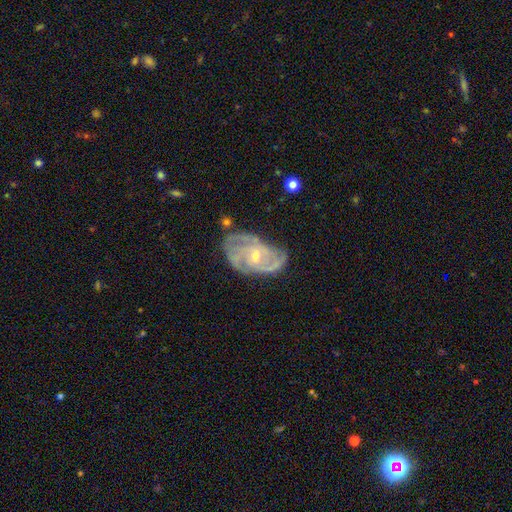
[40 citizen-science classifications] A featured or disk galaxy (88%) with no bar (76%), tight (62%) spiral arms (85%) and a small central bulge (62%).

Vote fractions:
- Smooth or featured? featured or disk: 88% / smooth: 8% / star or artifact: 5%
- Edge-on disk? no: 97% / yes: 3%
- Bar? no: 76% / weak: 21% / strong: 3%
- Spiral arms? yes: 85% / no: 15%
- Spiral winding? tight: 62% / medium: 34% / loose: 3%
- Spiral arm count? can't tell: 45% / 3: 38% / 2: 7% / more than 4: 7% / 4: 3% / 1: 0%
- Bulge size? small: 62% / moderate: 35% / none: 3% / dominant: 0% / large: 0%
- Merging? none: 55% / minor disturbance: 24% / major disturbance: 18% / merger: 3%